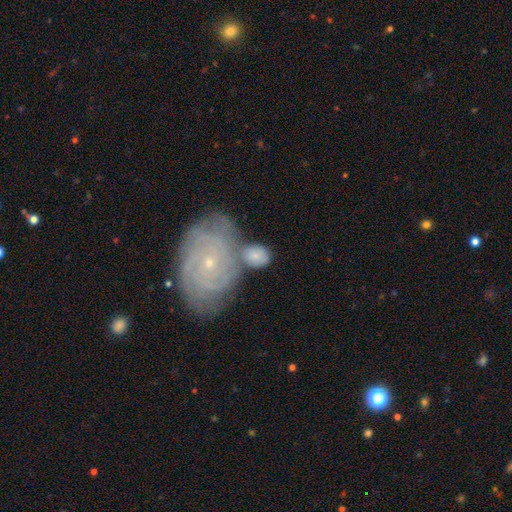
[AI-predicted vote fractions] A smooth galaxy with no disk features (54%) that is in between round and cigar-shaped (58%). Merging: none (51%).